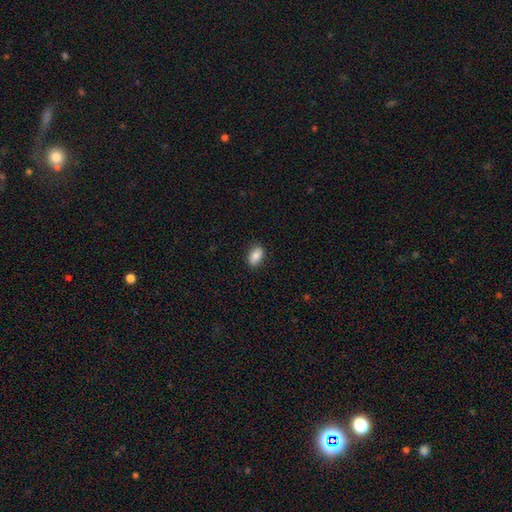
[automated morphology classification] Q: Smooth or featured?
A: smooth (85%); runner-up: featured or disk (7%)
Q: How rounded?
A: in between (90%); runner-up: round (8%)
Q: Merging?
A: none (86%); runner-up: minor disturbance (11%)